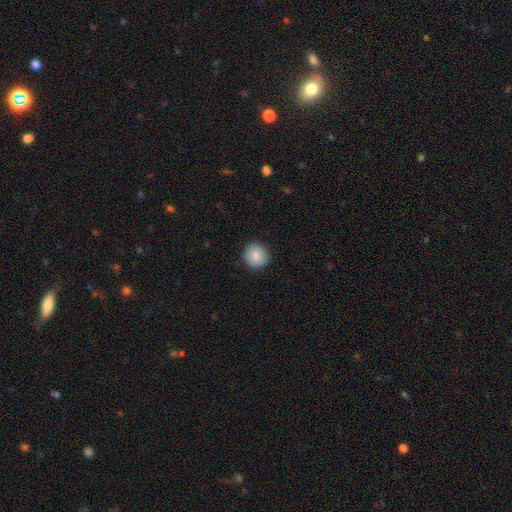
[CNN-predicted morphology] Smooth or featured: smooth — 85% (star or artifact — 8%)
How rounded: round — 93% (in between — 6%)
Merging: none — 92% (minor disturbance — 6%)